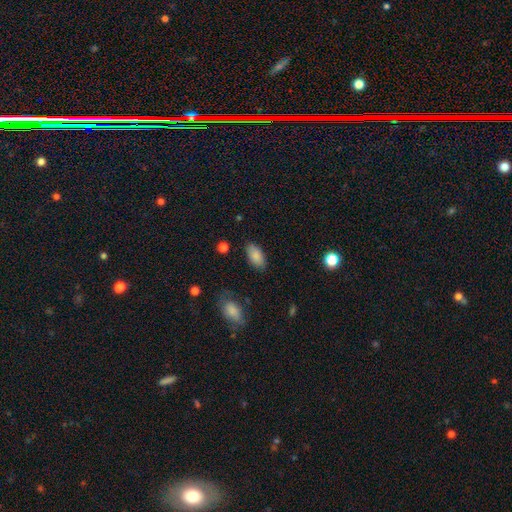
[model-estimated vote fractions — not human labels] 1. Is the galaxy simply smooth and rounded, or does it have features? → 86% smooth, 7% star or artifact, 7% featured or disk.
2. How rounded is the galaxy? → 93% in between, 4% cigar-shaped, 3% round.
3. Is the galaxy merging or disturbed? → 84% none, 12% minor disturbance, 3% major disturbance, 2% merger.